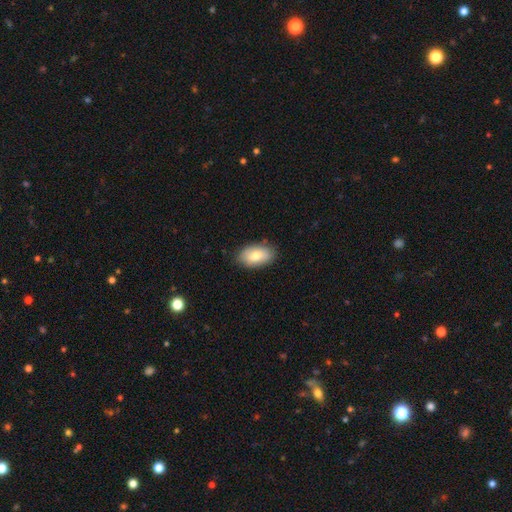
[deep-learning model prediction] Q: Smooth or featured?
A: smooth (79%); runner-up: featured or disk (14%)
Q: How rounded?
A: in between (93%); runner-up: round (5%)
Q: Merging?
A: none (84%); runner-up: minor disturbance (12%)